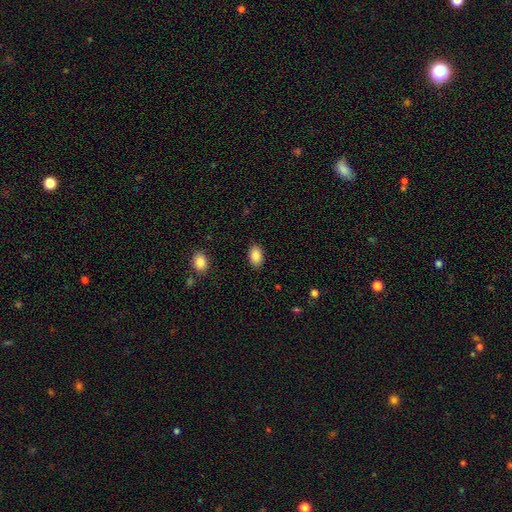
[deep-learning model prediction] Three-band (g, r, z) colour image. It shows a smooth galaxy with no disk features (88%) that is in between round and cigar-shaped (91%). Merging: none (87%).